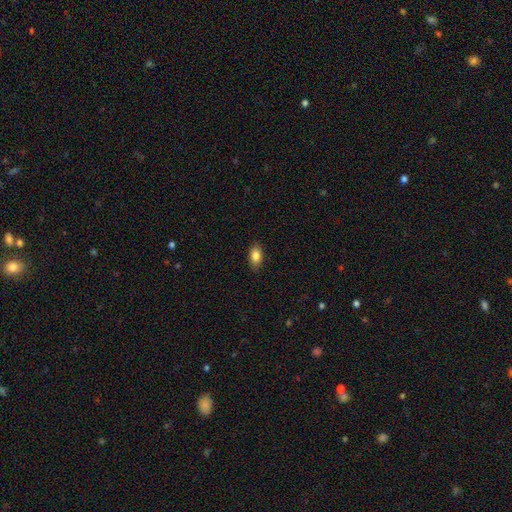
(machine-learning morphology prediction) type=smooth (85%); roundness=in between (91%); merging=none (87%).